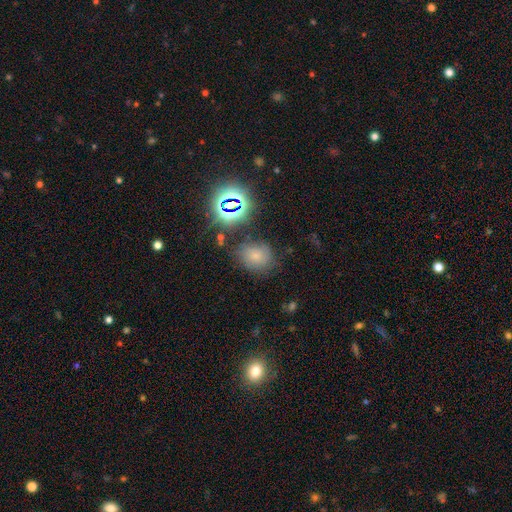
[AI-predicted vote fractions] Smooth or featured?
  - smooth: 60% *
  - star or artifact: 26%
  - featured or disk: 14%
How rounded?
  - round: 60% *
  - in between: 39%
  - cigar-shaped: 1%
Merging?
  - none: 67% *
  - minor disturbance: 20%
  - major disturbance: 8%
  - merger: 5%